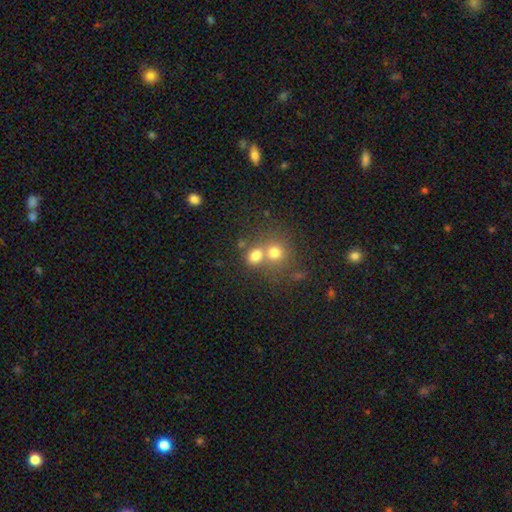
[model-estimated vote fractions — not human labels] A smooth galaxy with no disk features (72%) that is round (64%).

Vote fractions:
- Smooth or featured? smooth: 72% / star or artifact: 14% / featured or disk: 13%
- How rounded? round: 64% / in between: 35% / cigar-shaped: 1%
- Merging? merger: 50% / none: 38% / minor disturbance: 8% / major disturbance: 5%